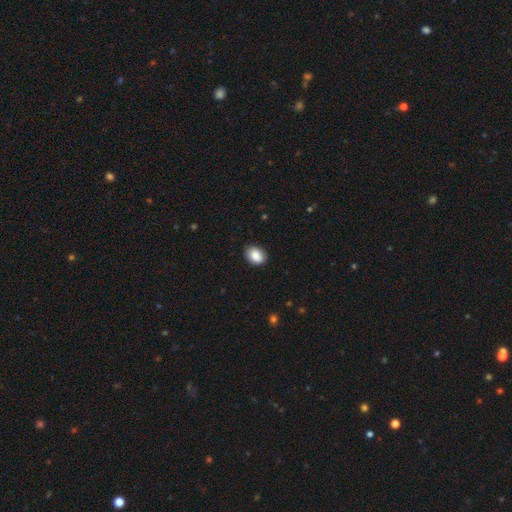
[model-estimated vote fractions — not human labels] Smooth or featured? Predicted: smooth (p=0.88). How rounded? Predicted: in between (p=0.74). Merging? Predicted: none (p=0.86).